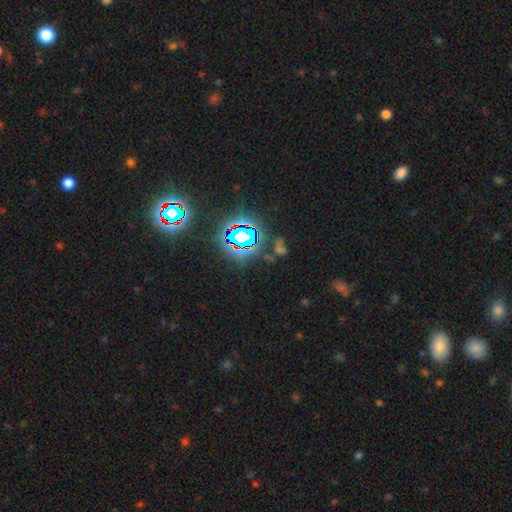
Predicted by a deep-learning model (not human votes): Smooth or featured? star or artifact (78%)